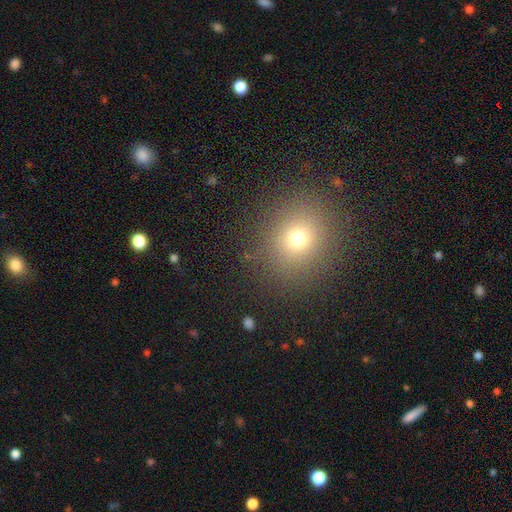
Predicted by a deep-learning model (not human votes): A smooth galaxy with no disk features (66%) that is round (84%). Merging: none (91%).